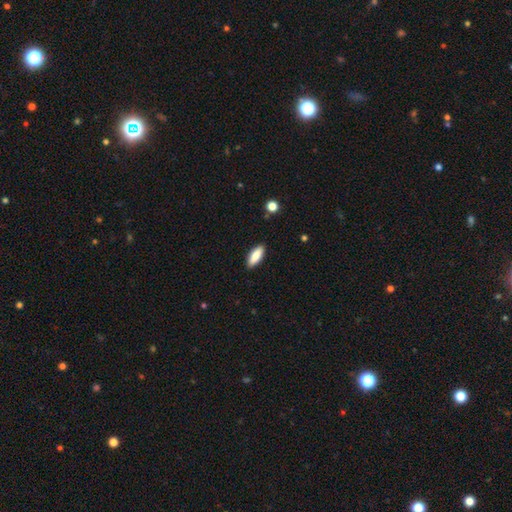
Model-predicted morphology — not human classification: Q: Smooth or featured?
A: smooth (84%); runner-up: featured or disk (10%)
Q: How rounded?
A: in between (72%); runner-up: cigar-shaped (26%)
Q: Merging?
A: none (89%); runner-up: minor disturbance (8%)